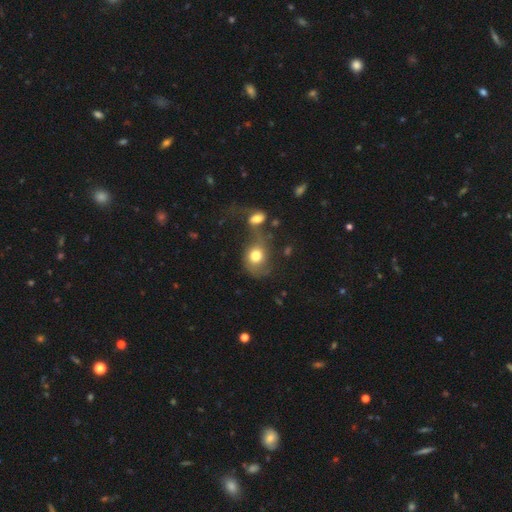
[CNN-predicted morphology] Smooth or featured? smooth (63%)
How rounded? round (52%)
Merging? merger (41%)